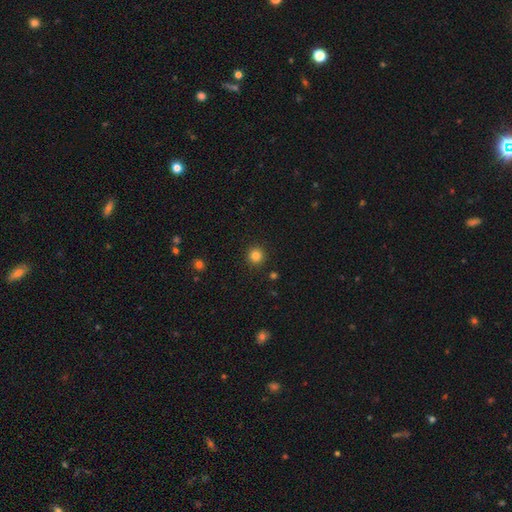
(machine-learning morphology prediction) Smooth or featured: smooth — 83% (star or artifact — 13%)
How rounded: round — 95% (in between — 4%)
Merging: none — 92% (minor disturbance — 5%)